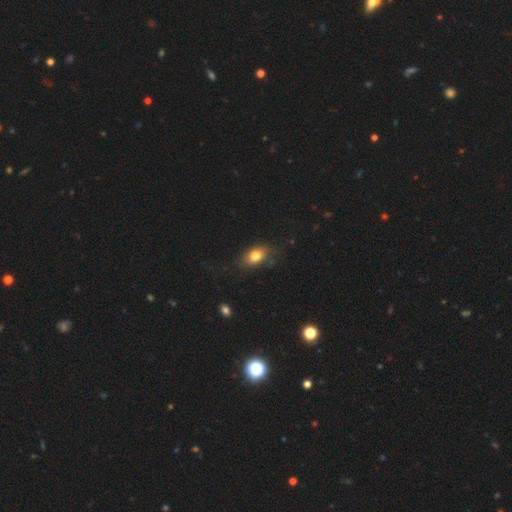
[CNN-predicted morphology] This is likely a smooth galaxy (78%). How rounded: likely in between (79%). Merging: likely none (73%).